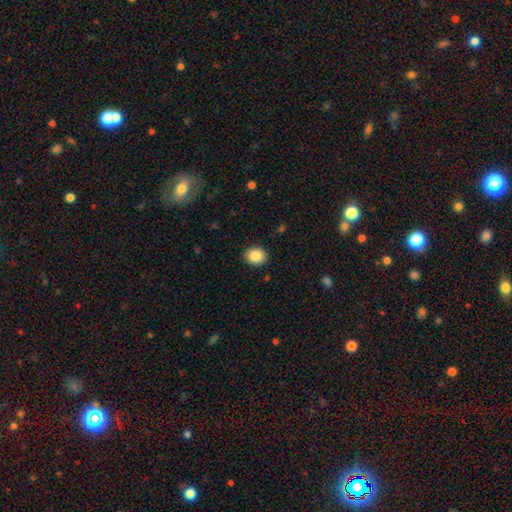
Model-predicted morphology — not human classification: smooth 87%, star or artifact 8%, featured or disk 5%. Down the decision tree: how rounded — round (57%); merging — none (90%).